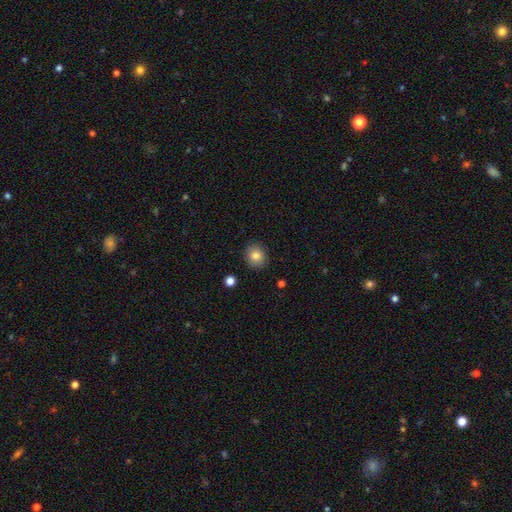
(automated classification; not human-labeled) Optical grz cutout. It shows a smooth galaxy with no disk features (82%) that is round (72%). Merging: none (89%).